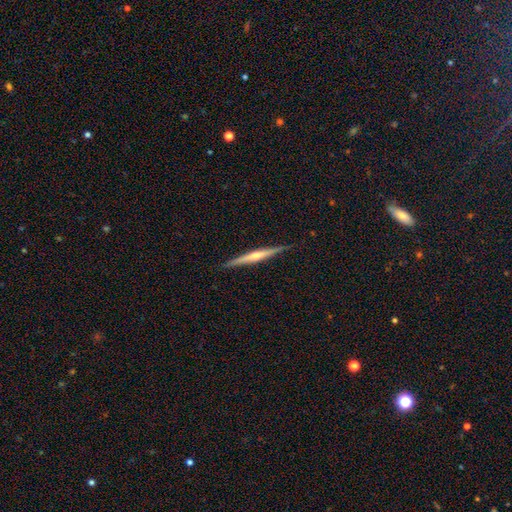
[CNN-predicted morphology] This is likely a featured or disk galaxy (76%). It is clearly viewed edge-on (98%). Edge-on bulge: likely rounded (79%). Merging: clearly none (90%).